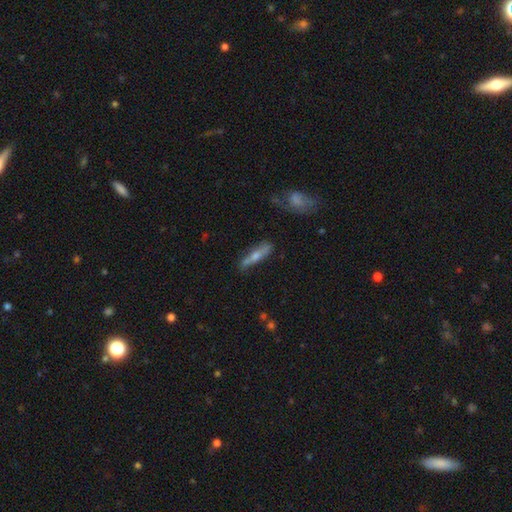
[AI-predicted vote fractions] The model was most divided on "smooth or featured": featured or disk: 54%, smooth: 39%, star or artifact: 8%. More confident: edge-on disk — yes (81%); merging — none (74%).